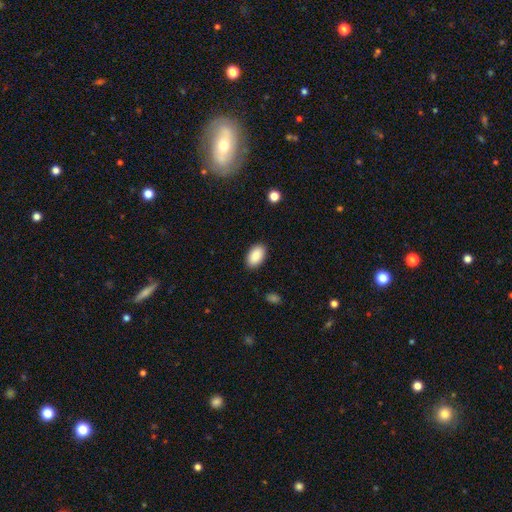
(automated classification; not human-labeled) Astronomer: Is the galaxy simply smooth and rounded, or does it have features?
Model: smooth — 90%.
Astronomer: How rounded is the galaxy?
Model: in between — 93%.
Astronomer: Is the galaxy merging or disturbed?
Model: none — 88%.